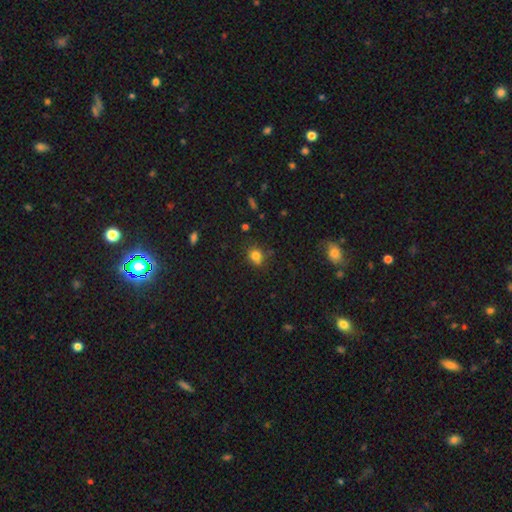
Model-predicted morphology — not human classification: A smooth galaxy with no disk features (80%) that is round (65%).

Vote fractions:
- Smooth or featured? smooth: 80% / star or artifact: 14% / featured or disk: 6%
- How rounded? round: 65% / in between: 34% / cigar-shaped: 1%
- Merging? none: 73% / minor disturbance: 18% / major disturbance: 5% / merger: 4%